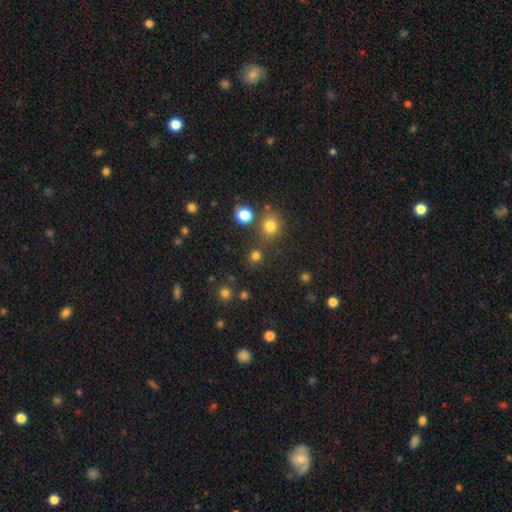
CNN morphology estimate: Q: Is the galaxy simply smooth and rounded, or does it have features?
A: smooth — 75%.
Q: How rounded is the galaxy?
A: round — 90%.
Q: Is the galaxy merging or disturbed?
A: none — 78%.